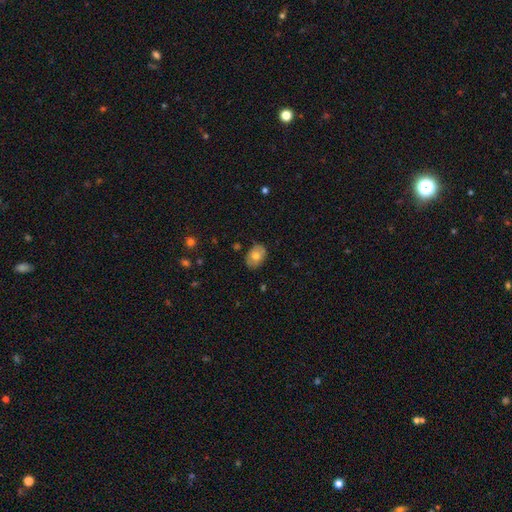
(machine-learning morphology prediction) smooth_or_featured: smooth (p=0.68) [alt: featured or disk p=0.25]
how_rounded: in between (p=0.76) [alt: round p=0.23]
merging: none (p=0.84) [alt: minor disturbance p=0.13]